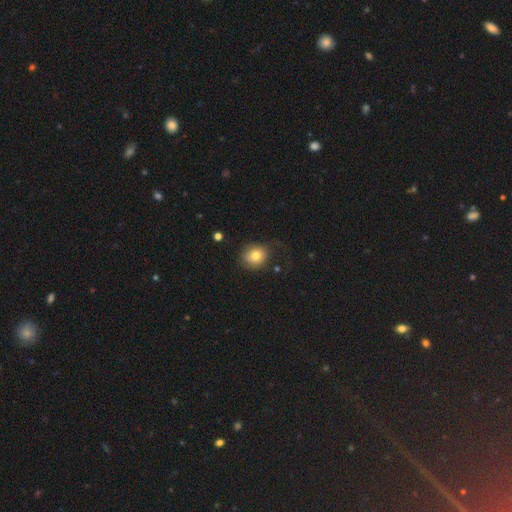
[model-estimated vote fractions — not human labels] Q: Smooth or featured?
A: smooth (76%); runner-up: featured or disk (14%)
Q: How rounded?
A: round (76%); runner-up: in between (23%)
Q: Merging?
A: none (63%); runner-up: minor disturbance (20%)